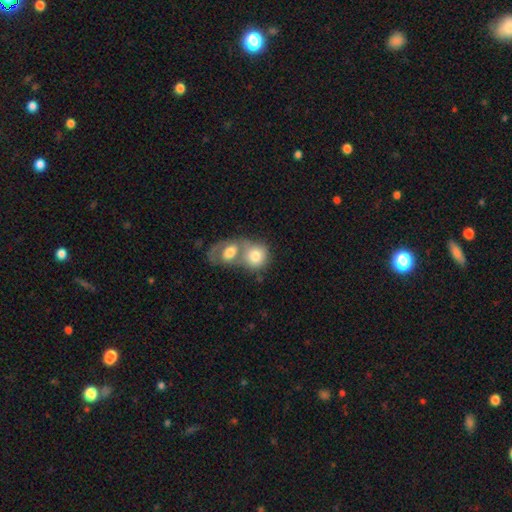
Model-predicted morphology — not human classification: This is likely a smooth galaxy (73%). How rounded: likely round (61%). Merging: likely merger (68%).